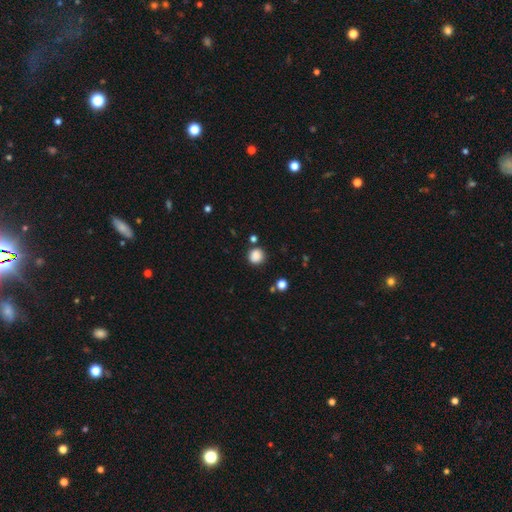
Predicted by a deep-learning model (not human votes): Morphology: type=smooth (86%); roundness=round (90%); merging=none (83%).